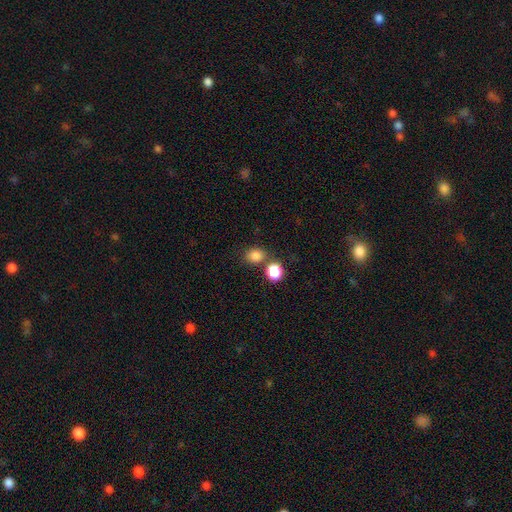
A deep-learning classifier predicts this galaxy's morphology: smooth-or-featured: smooth: 83% | star or artifact: 12% | featured or disk: 5%
  how-rounded: round: 65% | in between: 34% | cigar-shaped: 1%
  merging: none: 67% | merger: 20% | minor disturbance: 9% | major disturbance: 3%